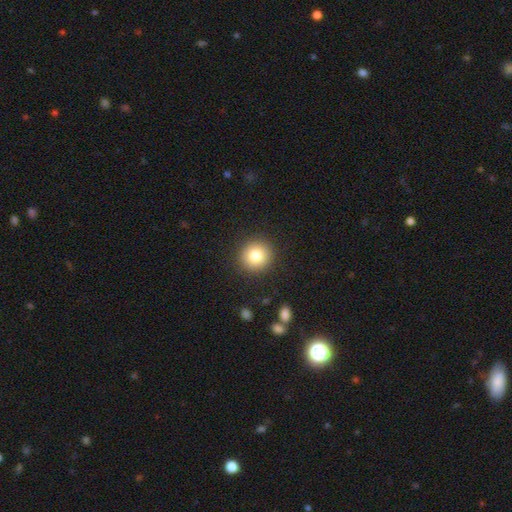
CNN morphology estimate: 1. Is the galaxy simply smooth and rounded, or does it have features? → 82% smooth, 10% star or artifact, 8% featured or disk.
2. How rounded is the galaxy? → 93% round, 6% in between, 1% cigar-shaped.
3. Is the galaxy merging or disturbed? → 91% none, 6% minor disturbance, 2% major disturbance, 1% merger.